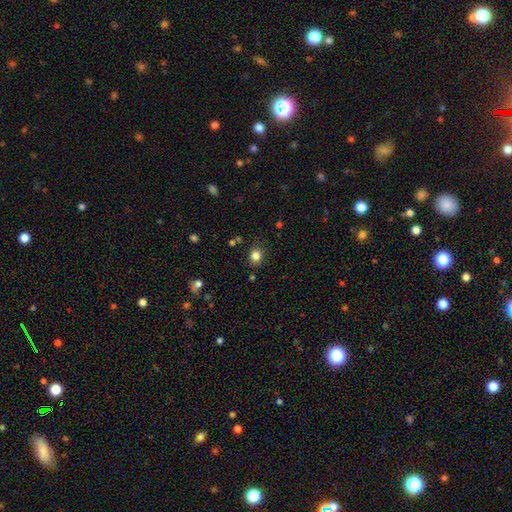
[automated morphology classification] smooth_or_featured: smooth (p=0.83) [alt: star or artifact p=0.12]
how_rounded: round (p=0.70) [alt: in between p=0.29]
merging: none (p=0.84) [alt: minor disturbance p=0.11]